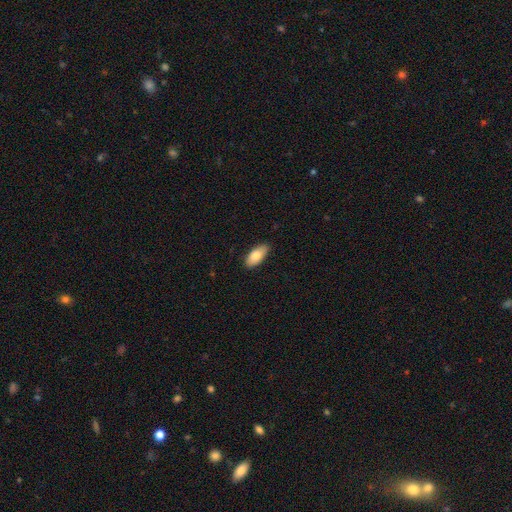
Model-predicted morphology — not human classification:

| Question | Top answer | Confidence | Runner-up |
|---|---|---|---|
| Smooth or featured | smooth | 81% | featured or disk (13%) |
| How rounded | in between | 89% | cigar-shaped (9%) |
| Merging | none | 87% | minor disturbance (11%) |